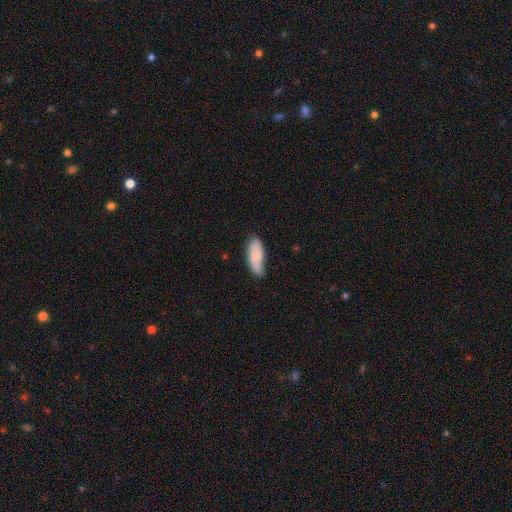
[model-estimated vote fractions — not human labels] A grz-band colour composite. It shows a smooth galaxy with no disk features (72%) that is in between round and cigar-shaped (77%). Merging: none (57%).